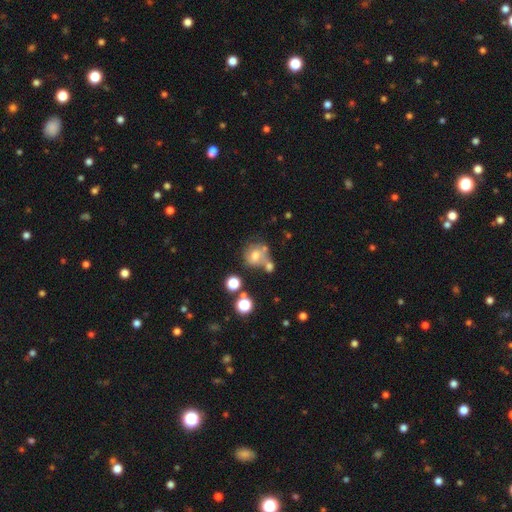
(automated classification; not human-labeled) smooth-or-featured: smooth: 59% | featured or disk: 25% | star or artifact: 16%
  how-rounded: round: 72% | in between: 27% | cigar-shaped: 1%
  merging: none: 41% | merger: 30% | minor disturbance: 17% | major disturbance: 12%